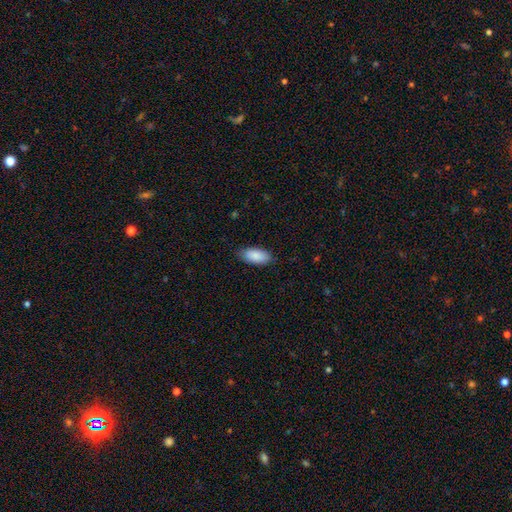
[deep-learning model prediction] Smooth or featured? Predicted: smooth (p=0.88). How rounded? Predicted: in between (p=0.89). Merging? Predicted: none (p=0.83).